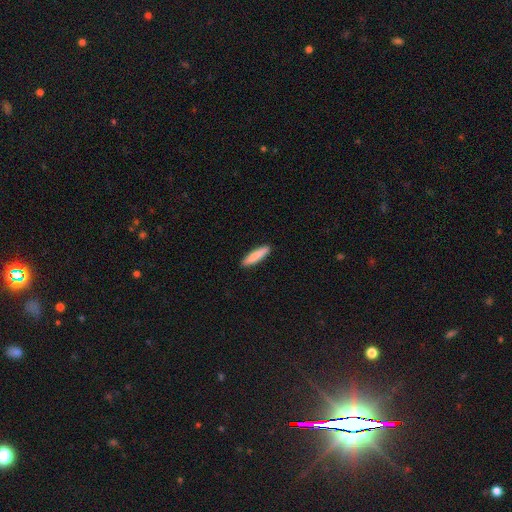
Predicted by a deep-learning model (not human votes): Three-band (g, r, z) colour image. It shows a smooth galaxy with no disk features (86%) that is cigar-shaped (84%). Merging: none (91%).